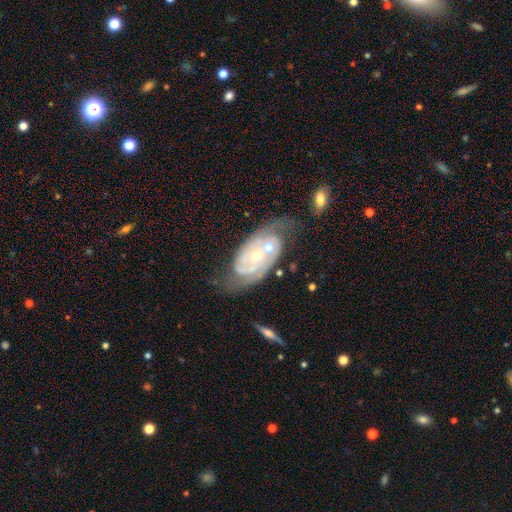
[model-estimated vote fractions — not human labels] Morphology: type=featured or disk (87%); edge-on=no (96%); bar=no (71%); spiral arms=yes (95%); winding=tight (57%); arm count=2 (70%); bulge=small (59%); merging=none (49%).